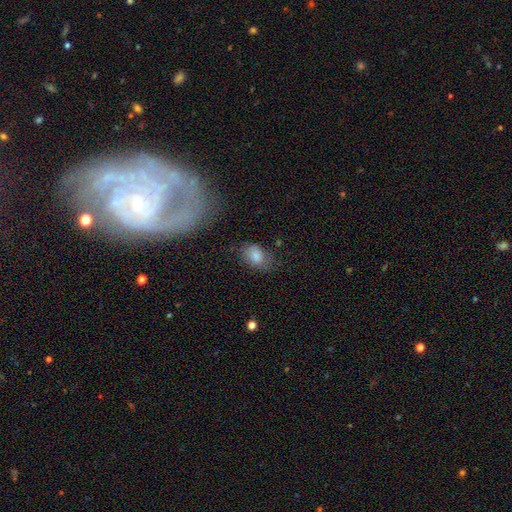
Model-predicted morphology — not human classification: Smooth or featured: smooth — 82% (featured or disk — 9%)
How rounded: in between — 84% (round — 15%)
Merging: none — 64% (minor disturbance — 25%)